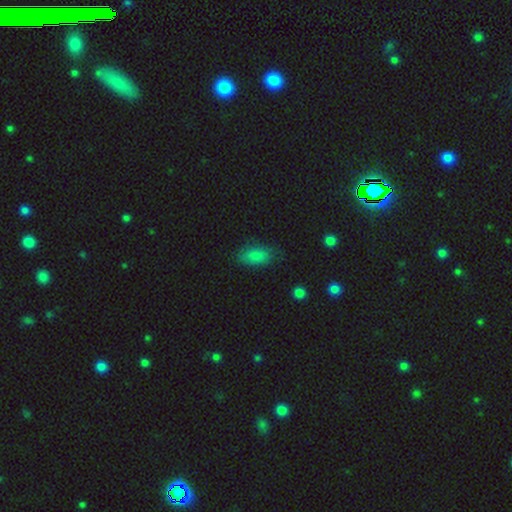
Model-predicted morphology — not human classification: Smooth or featured?
  - smooth: 82% *
  - star or artifact: 10%
  - featured or disk: 8%
How rounded?
  - in between: 88% *
  - cigar-shaped: 7%
  - round: 5%
Merging?
  - none: 77% *
  - minor disturbance: 18%
  - major disturbance: 4%
  - merger: 1%